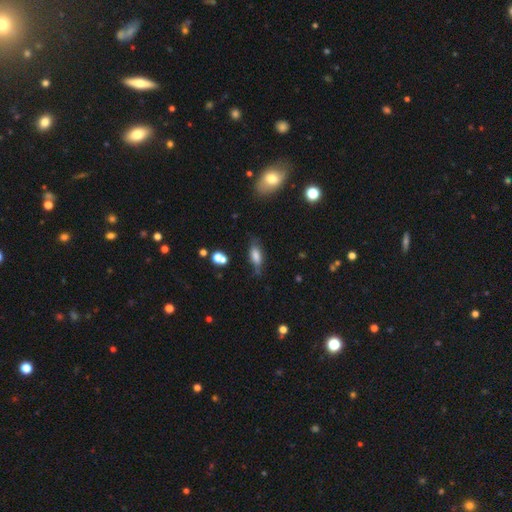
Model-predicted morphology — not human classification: Smooth or featured: smooth — 68% (featured or disk — 22%)
How rounded: in between — 70% (cigar-shaped — 26%)
Merging: none — 62% (minor disturbance — 25%)